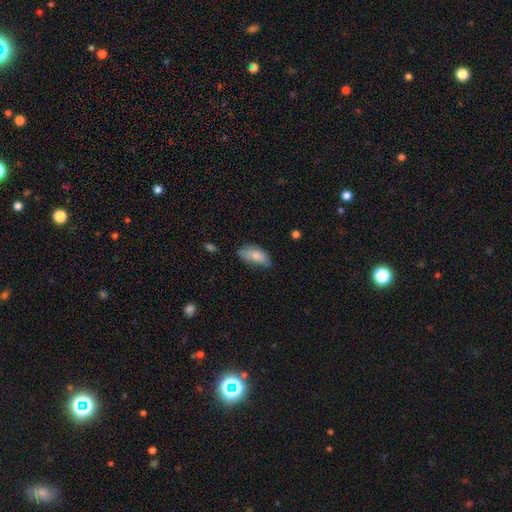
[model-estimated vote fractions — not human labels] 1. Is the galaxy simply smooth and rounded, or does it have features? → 79% smooth, 14% featured or disk, 7% star or artifact.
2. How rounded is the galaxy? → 86% in between, 12% cigar-shaped, 3% round.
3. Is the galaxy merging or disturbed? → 57% none, 33% minor disturbance, 8% major disturbance, 3% merger.